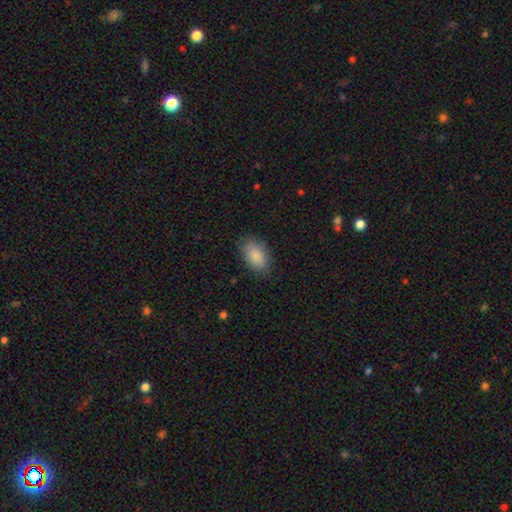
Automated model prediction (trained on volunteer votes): smooth-or-featured: smooth: 88% | star or artifact: 7% | featured or disk: 5%
  how-rounded: in between: 92% | round: 6% | cigar-shaped: 2%
  merging: none: 83% | minor disturbance: 13% | major disturbance: 4% | merger: 1%